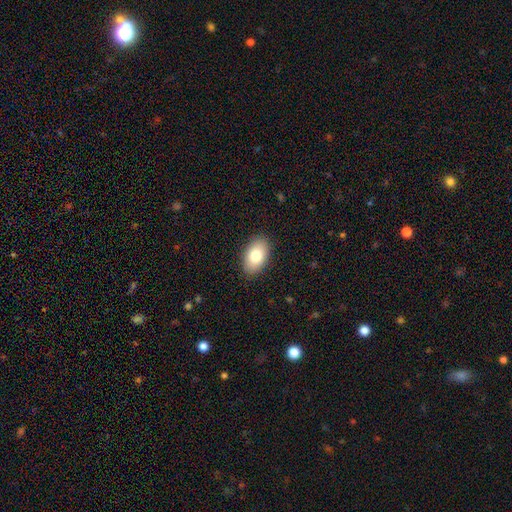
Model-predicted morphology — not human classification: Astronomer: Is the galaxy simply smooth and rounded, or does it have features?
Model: smooth — 80%.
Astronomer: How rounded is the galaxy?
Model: in between — 93%.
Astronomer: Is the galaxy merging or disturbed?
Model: none — 89%.